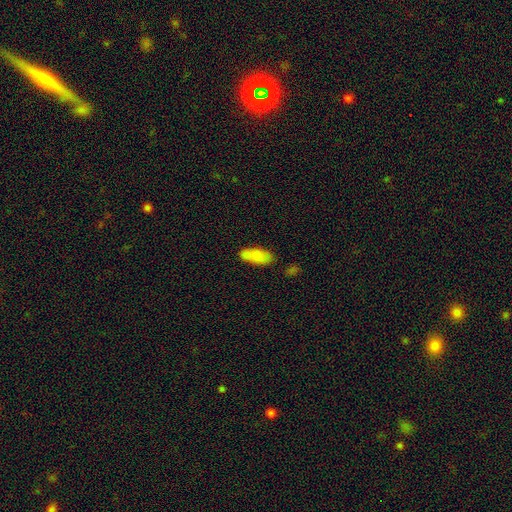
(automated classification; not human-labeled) This is clearly a smooth galaxy (82%). How rounded: clearly in between (83%). Merging: likely none (63%).